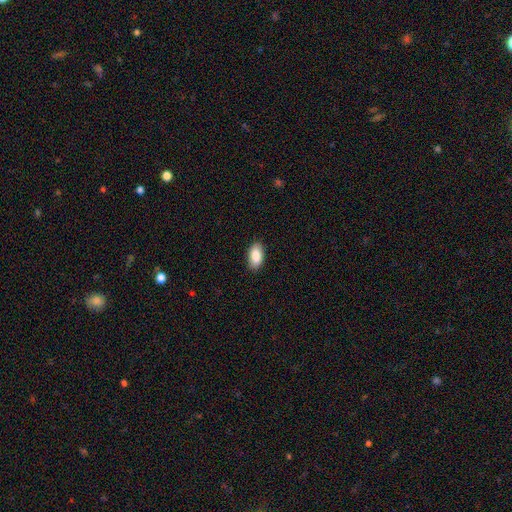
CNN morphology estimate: Q: Smooth or featured?
A: smooth (86%); runner-up: featured or disk (8%)
Q: How rounded?
A: in between (94%); runner-up: round (3%)
Q: Merging?
A: none (88%); runner-up: minor disturbance (9%)